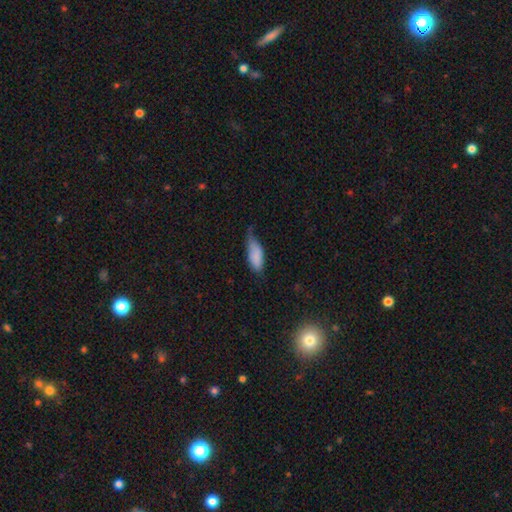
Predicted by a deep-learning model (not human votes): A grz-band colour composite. It shows a smooth galaxy with no disk features (83%) that is in between round and cigar-shaped (77%). Merging: minor disturbance (47%).